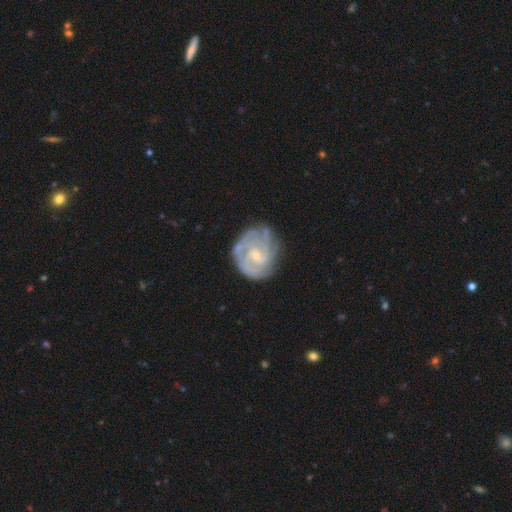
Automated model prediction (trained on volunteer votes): Morphology: type=featured or disk (82%); edge-on=no (98%); bar=no (59%); spiral arms=yes (91%); winding=tight (64%); arm count=can't tell (36%); bulge=small (69%); merging=none (63%).